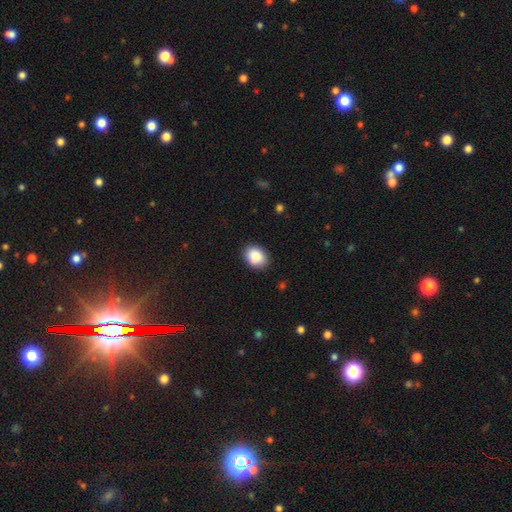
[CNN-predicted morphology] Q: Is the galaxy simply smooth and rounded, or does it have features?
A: smooth — 88%.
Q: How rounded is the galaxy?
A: in between — 61%.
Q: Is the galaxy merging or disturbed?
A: none — 80%.